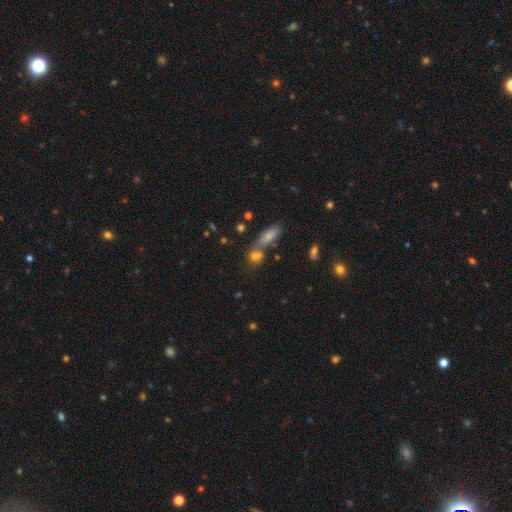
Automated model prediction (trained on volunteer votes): A smooth galaxy with no disk features (65%) that is round (46%).

Vote fractions:
- Smooth or featured? smooth: 65% / star or artifact: 21% / featured or disk: 15%
- How rounded? round: 46% / in between: 37% / cigar-shaped: 17%
- Merging? none: 53% / merger: 34% / minor disturbance: 9% / major disturbance: 4%